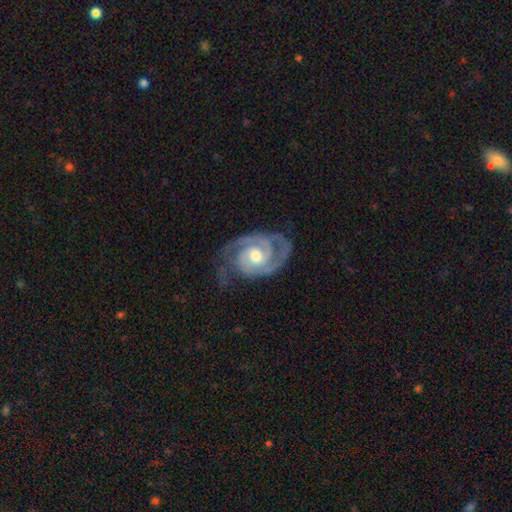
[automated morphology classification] smooth_or_featured: featured or disk (p=0.92) [alt: smooth p=0.04]
disk_edge_on: no (p=0.98) [alt: yes p=0.02]
bar: no (p=0.63) [alt: weak p=0.29]
has_spiral_arms: yes (p=0.98) [alt: no p=0.02]
spiral_winding: tight (p=0.61) [alt: medium p=0.34]
spiral_arm_count: 2 (p=0.65) [alt: 3 p=0.20]
bulge_size: moderate (p=0.70) [alt: small p=0.24]
merging: none (p=0.67) [alt: minor disturbance p=0.21]